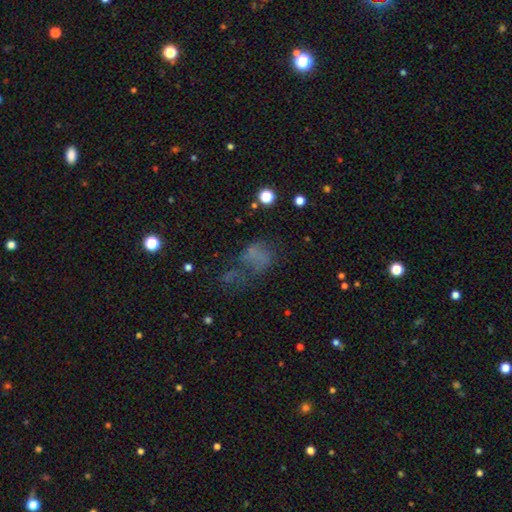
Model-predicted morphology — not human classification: Q: Smooth or featured?
A: smooth (49%); runner-up: star or artifact (26%)
Q: Merging?
A: major disturbance (38%); runner-up: none (33%)